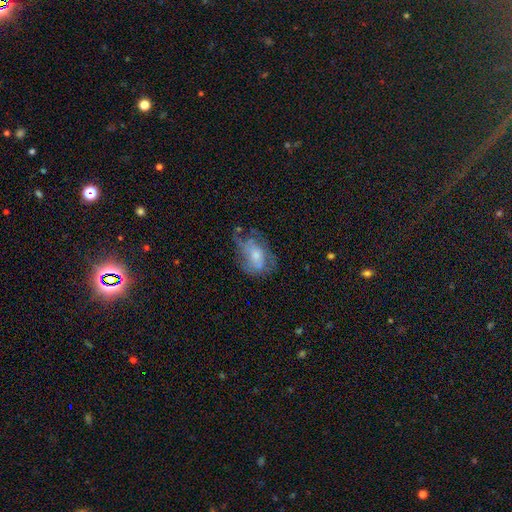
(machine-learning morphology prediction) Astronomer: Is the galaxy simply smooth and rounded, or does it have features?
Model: featured or disk — 56% (runner-up: smooth, 35%).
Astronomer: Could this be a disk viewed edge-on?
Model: no — 96%.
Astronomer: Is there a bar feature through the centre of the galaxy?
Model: no — 74%.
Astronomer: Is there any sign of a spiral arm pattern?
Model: yes — 63%.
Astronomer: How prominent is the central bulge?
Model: small — 43% (runner-up: moderate, 40%).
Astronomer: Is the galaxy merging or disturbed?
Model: none — 41% (runner-up: major disturbance, 29%).